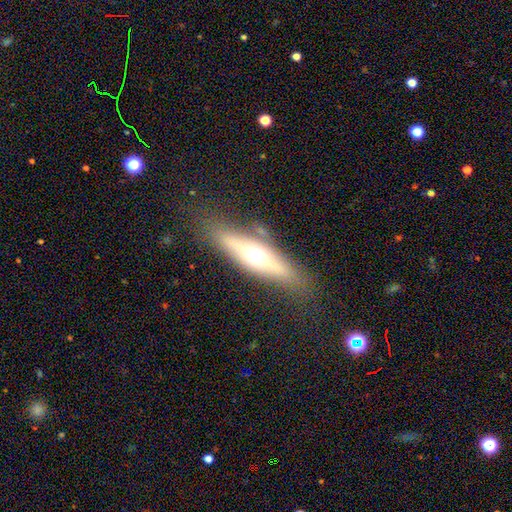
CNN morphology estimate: Q: Smooth or featured?
A: featured or disk (54%); runner-up: smooth (38%)
Q: Edge-on disk?
A: yes (83%); runner-up: no (17%)
Q: Merging?
A: none (78%); runner-up: minor disturbance (14%)